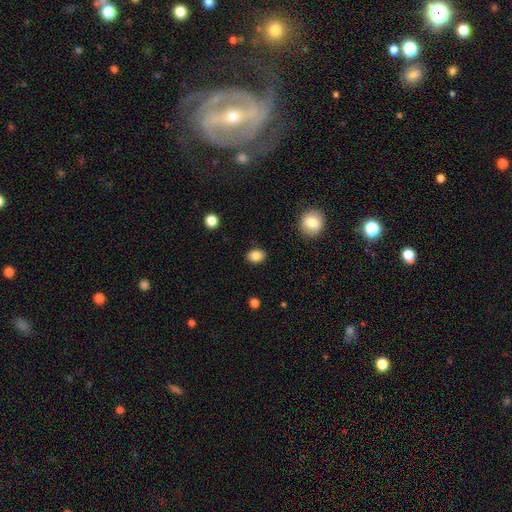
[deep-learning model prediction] This is clearly a smooth galaxy (86%). How rounded: likely in between (61%). Merging: clearly none (88%).